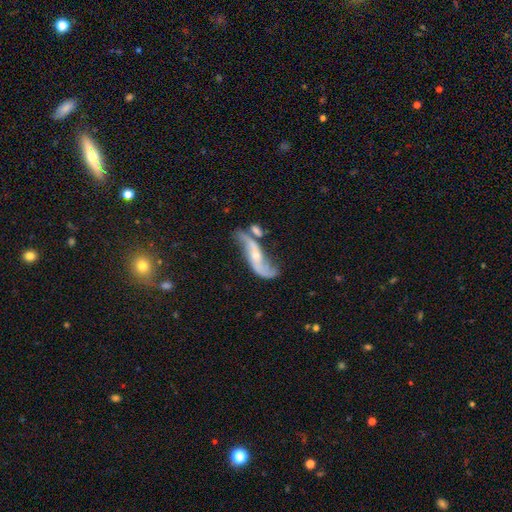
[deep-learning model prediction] A featured or disk galaxy (81%) with no bar (56%), 2 (89%) loose (83%) spiral arms (91%) and a small central bulge (57%).

Vote fractions:
- Smooth or featured? featured or disk: 81% / smooth: 12% / star or artifact: 7%
- Edge-on disk? no: 86% / yes: 14%
- Bar? no: 56% / weak: 29% / strong: 15%
- Spiral arms? yes: 91% / no: 9%
- Spiral winding? loose: 83% / medium: 12% / tight: 5%
- Spiral arm count? 2: 89% / can't tell: 4% / 1: 4% / 3: 1% / 4: 1% / more than 4: 1%
- Bulge size? small: 57% / moderate: 37% / none: 3% / large: 2% / dominant: 1%
- Merging? none: 43% / merger: 23% / minor disturbance: 20% / major disturbance: 14%